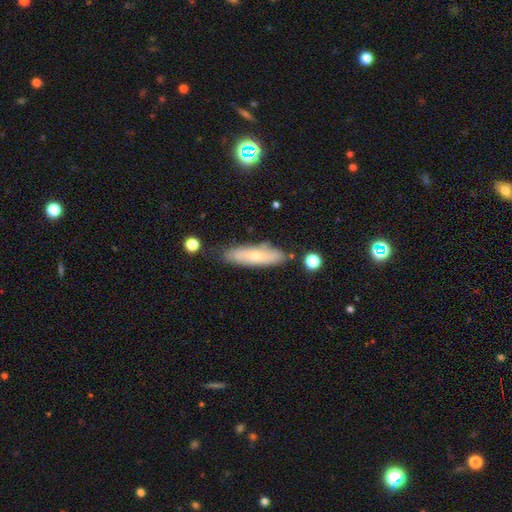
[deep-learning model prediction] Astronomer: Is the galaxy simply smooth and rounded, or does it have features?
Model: smooth — 55% (runner-up: featured or disk, 37%).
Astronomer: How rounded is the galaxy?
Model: cigar-shaped — 64%.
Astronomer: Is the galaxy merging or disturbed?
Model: none — 80%.